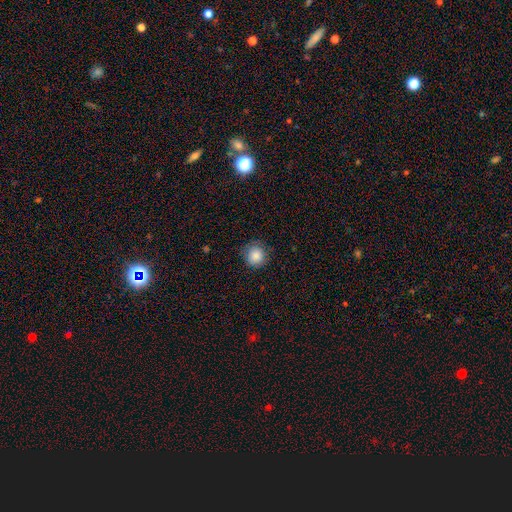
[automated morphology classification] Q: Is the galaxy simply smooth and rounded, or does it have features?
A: smooth — 84%.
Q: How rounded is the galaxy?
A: round — 93%.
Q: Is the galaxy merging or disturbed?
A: none — 81%.